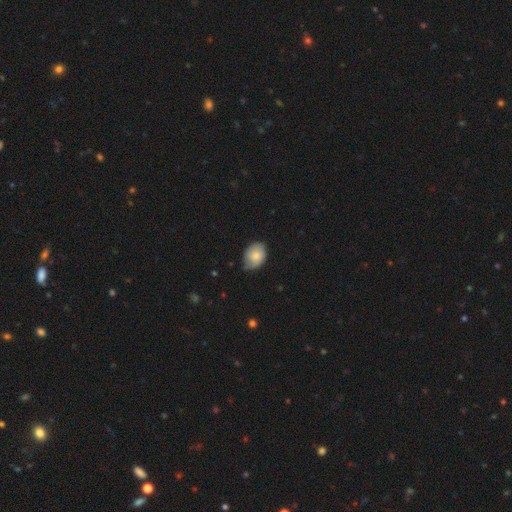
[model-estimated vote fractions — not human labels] smooth 75%, featured or disk 18%, star or artifact 7%. Down the decision tree: how rounded — in between (70%); merging — none (57%).